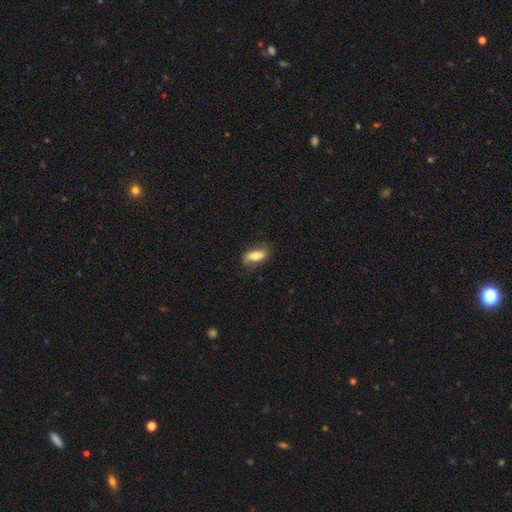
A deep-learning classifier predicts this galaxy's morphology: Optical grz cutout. It shows a smooth galaxy with no disk features (73%) that is in between round and cigar-shaped (81%). Merging: none (77%).